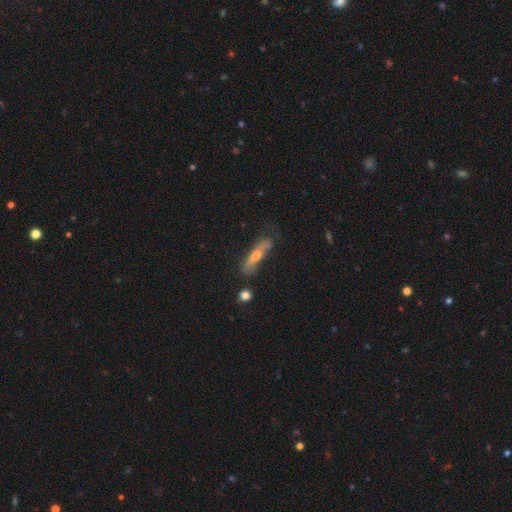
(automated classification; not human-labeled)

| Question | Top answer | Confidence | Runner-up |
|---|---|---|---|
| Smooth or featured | smooth | 48% | featured or disk (44%) |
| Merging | none | 58% | minor disturbance (26%) |